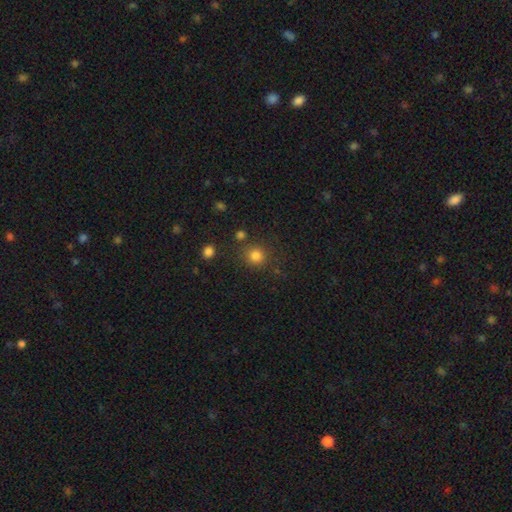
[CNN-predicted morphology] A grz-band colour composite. It shows a smooth galaxy with no disk features (81%) that is round (90%). Merging: none (81%).